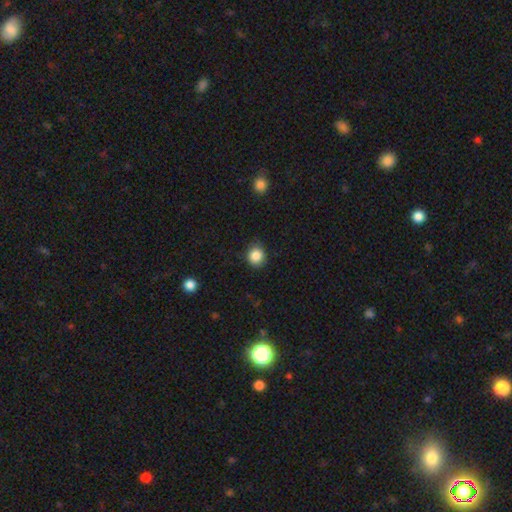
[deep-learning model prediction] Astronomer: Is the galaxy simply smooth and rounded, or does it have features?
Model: smooth — 86%.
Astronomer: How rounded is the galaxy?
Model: round — 81%.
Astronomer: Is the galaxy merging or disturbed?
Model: none — 83%.